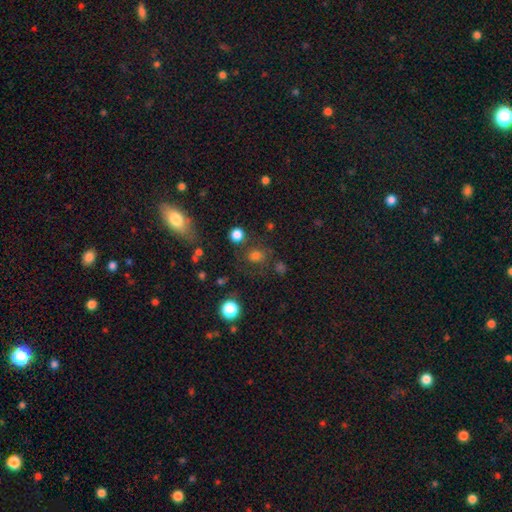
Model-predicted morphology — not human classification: Smooth or featured: smooth — 69% (star or artifact — 22%)
How rounded: round — 71% (in between — 28%)
Merging: none — 72% (minor disturbance — 14%)